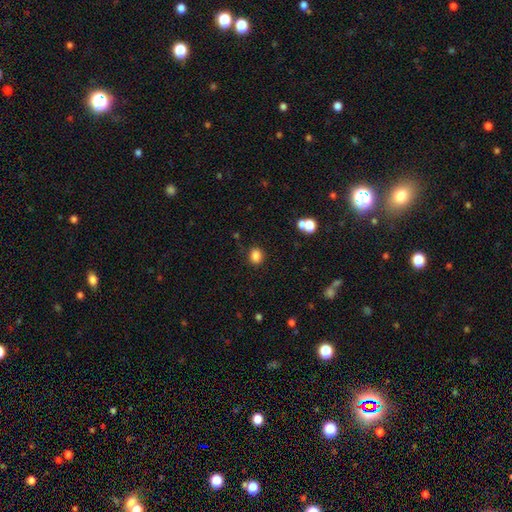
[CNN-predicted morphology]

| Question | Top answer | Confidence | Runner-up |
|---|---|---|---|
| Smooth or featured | smooth | 85% | star or artifact (11%) |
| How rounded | round | 69% | in between (30%) |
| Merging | none | 85% | minor disturbance (10%) |